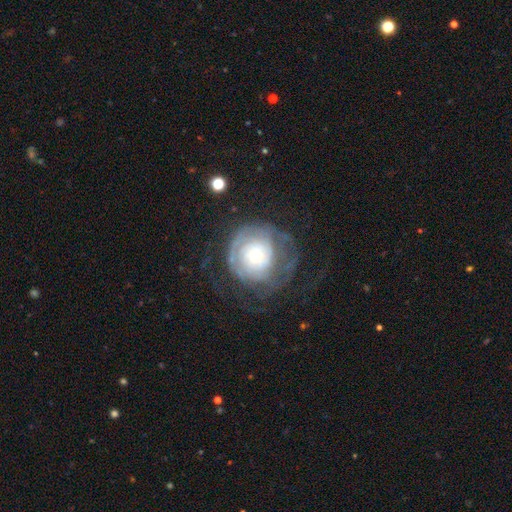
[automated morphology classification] Q: Smooth or featured?
A: featured or disk (70%); runner-up: smooth (23%)
Q: Edge-on disk?
A: no (97%); runner-up: yes (3%)
Q: Bar?
A: no (84%); runner-up: weak (12%)
Q: Spiral arms?
A: yes (74%); runner-up: no (26%)
Q: Spiral winding?
A: tight (68%); runner-up: medium (20%)
Q: Spiral arm count?
A: can't tell (51%); runner-up: 2 (20%)
Q: Bulge size?
A: small (58%); runner-up: moderate (32%)
Q: Merging?
A: none (50%); runner-up: major disturbance (29%)